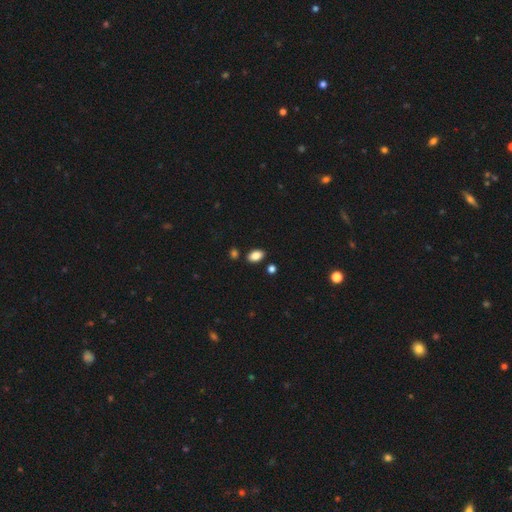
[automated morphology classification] Smooth or featured? Predicted: smooth (p=0.86). How rounded? Predicted: in between (p=0.90). Merging? Predicted: none (p=0.84).